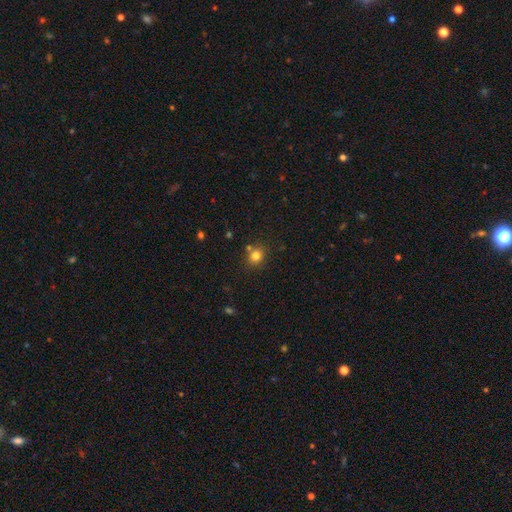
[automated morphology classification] This appears to be a smooth galaxy with no disk features (80%) that is round (82%). Merging: none (75%).